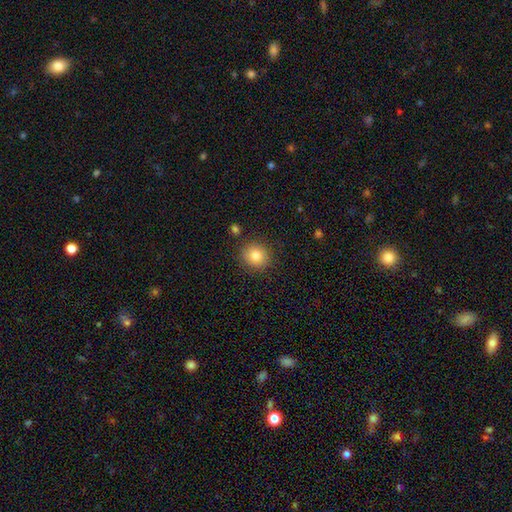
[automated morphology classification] Smooth or featured: smooth — 82% (star or artifact — 11%)
How rounded: round — 87% (in between — 12%)
Merging: none — 88% (minor disturbance — 7%)